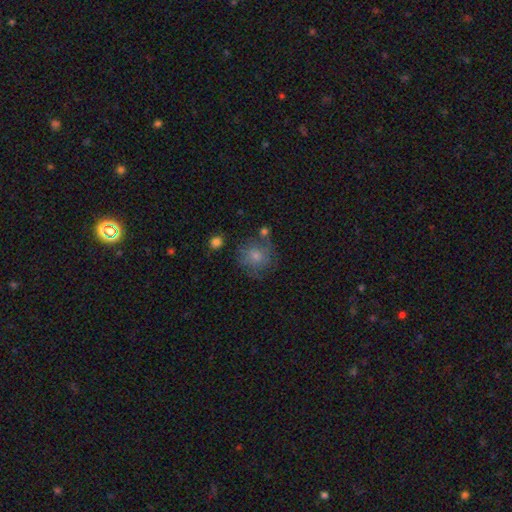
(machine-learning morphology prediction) Q: Smooth or featured?
A: smooth (61%); runner-up: featured or disk (23%)
Q: How rounded?
A: round (88%); runner-up: in between (11%)
Q: Merging?
A: none (70%); runner-up: minor disturbance (17%)